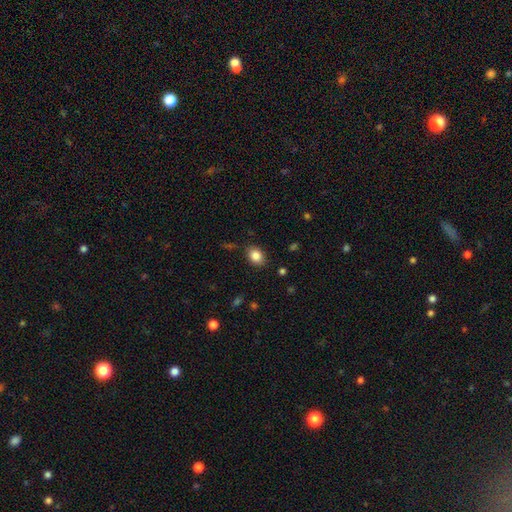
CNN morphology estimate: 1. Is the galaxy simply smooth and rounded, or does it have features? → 85% smooth, 9% star or artifact, 6% featured or disk.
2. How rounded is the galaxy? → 64% in between, 35% round, 1% cigar-shaped.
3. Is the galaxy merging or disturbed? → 84% none, 12% minor disturbance, 3% major disturbance, 1% merger.